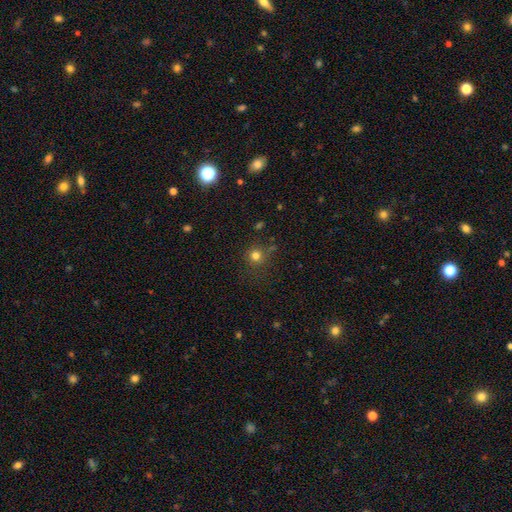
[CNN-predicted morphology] The model was most divided on "smooth or featured": smooth: 77%, star or artifact: 17%, featured or disk: 7%. More confident: how rounded — round (92%); merging — none (80%).